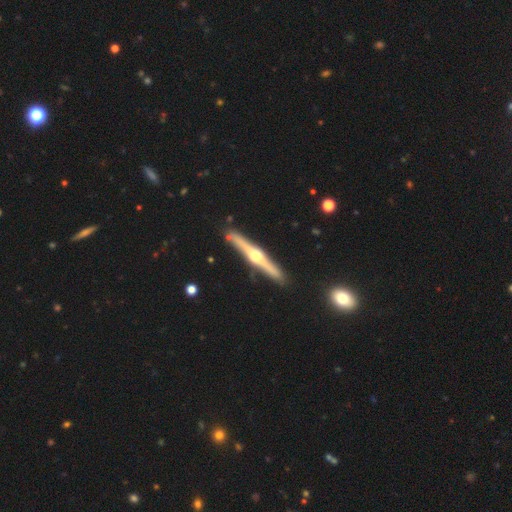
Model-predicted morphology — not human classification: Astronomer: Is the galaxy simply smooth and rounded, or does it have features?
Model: featured or disk — 79%.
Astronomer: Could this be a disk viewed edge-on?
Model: yes — 98%.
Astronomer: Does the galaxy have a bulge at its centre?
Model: rounded — 95%.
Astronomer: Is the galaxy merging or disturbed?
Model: none — 88%.